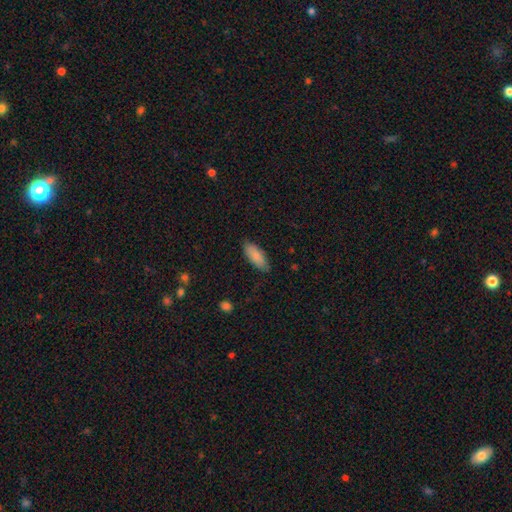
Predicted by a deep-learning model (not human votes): Smooth or featured?
  - smooth: 84% *
  - featured or disk: 11%
  - star or artifact: 6%
How rounded?
  - in between: 78% *
  - cigar-shaped: 20%
  - round: 2%
Merging?
  - none: 83% *
  - minor disturbance: 14%
  - major disturbance: 2%
  - merger: 1%